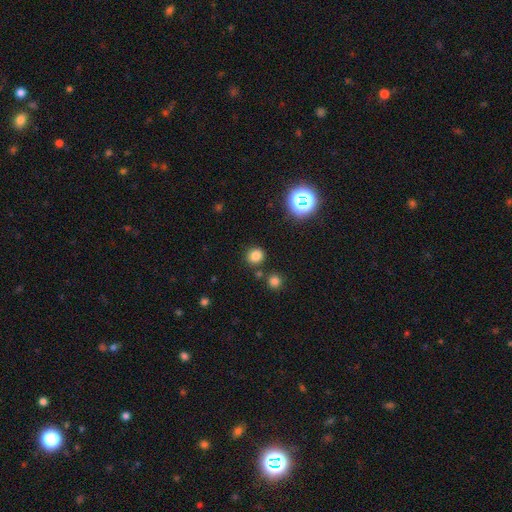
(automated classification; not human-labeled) Smooth or featured? smooth (79%)
How rounded? round (85%)
Merging? none (84%)